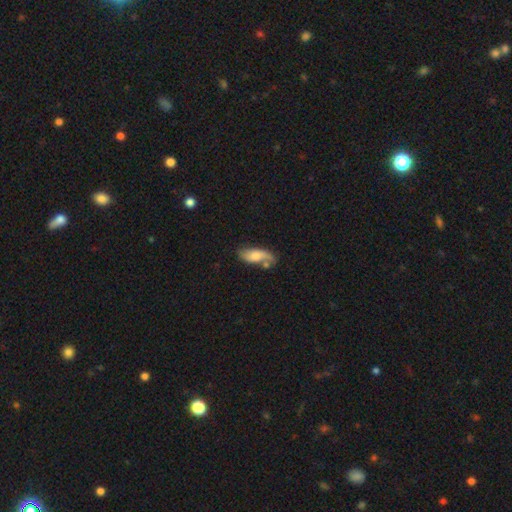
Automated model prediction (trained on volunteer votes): A smooth galaxy with no disk features (51%) that is in between round and cigar-shaped (74%).

Vote fractions:
- Smooth or featured? smooth: 51% / featured or disk: 42% / star or artifact: 7%
- How rounded? in between: 74% / cigar-shaped: 23% / round: 3%
- Merging? none: 53% / minor disturbance: 24% / merger: 14% / major disturbance: 9%